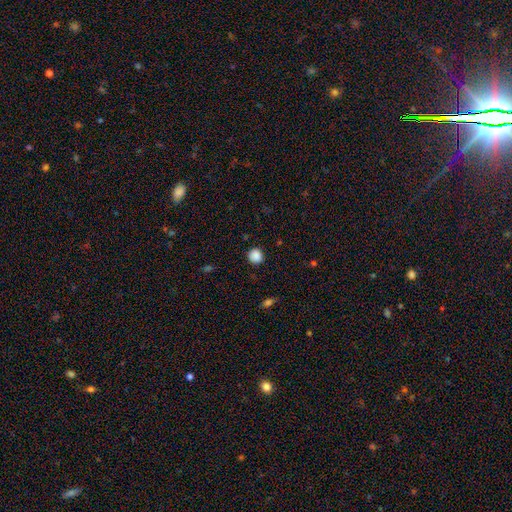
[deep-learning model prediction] Overall: smooth (88%). How rounded: round (90%). Merging: none (90%).